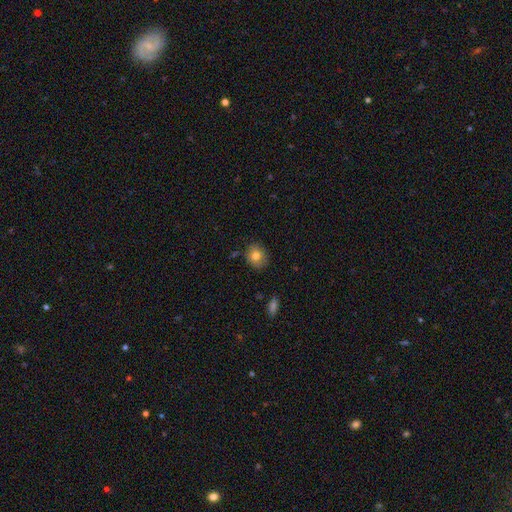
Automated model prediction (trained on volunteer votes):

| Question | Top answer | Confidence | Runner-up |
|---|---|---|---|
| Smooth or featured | smooth | 78% | featured or disk (13%) |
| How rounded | round | 70% | in between (29%) |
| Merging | none | 82% | minor disturbance (14%) |